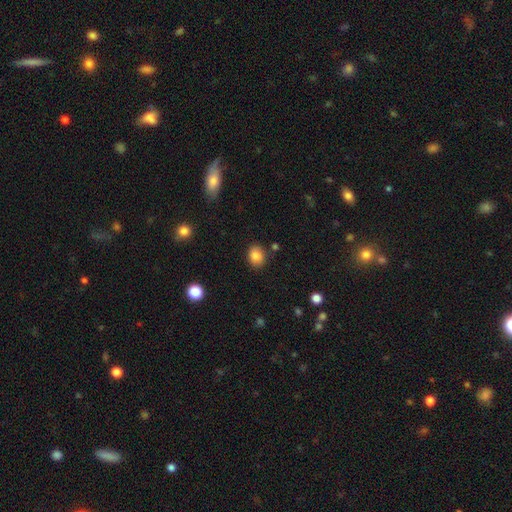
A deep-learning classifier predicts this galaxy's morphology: Smooth or featured? smooth (84%)
How rounded? in between (52%)
Merging? none (84%)